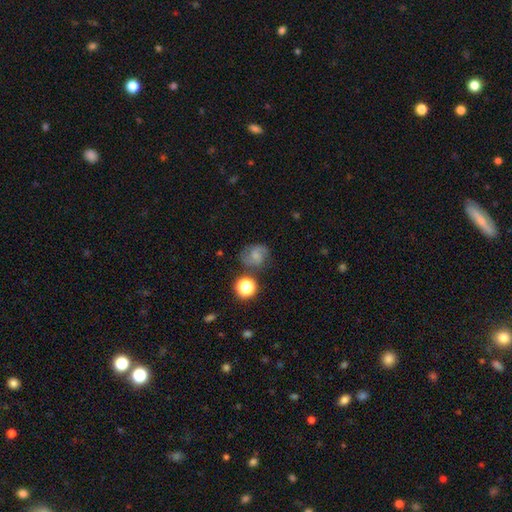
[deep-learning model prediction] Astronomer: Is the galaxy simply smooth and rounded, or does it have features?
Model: featured or disk — 51% (runner-up: smooth, 35%).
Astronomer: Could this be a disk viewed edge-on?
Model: no — 97%.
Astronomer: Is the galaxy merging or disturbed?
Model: none — 66%.